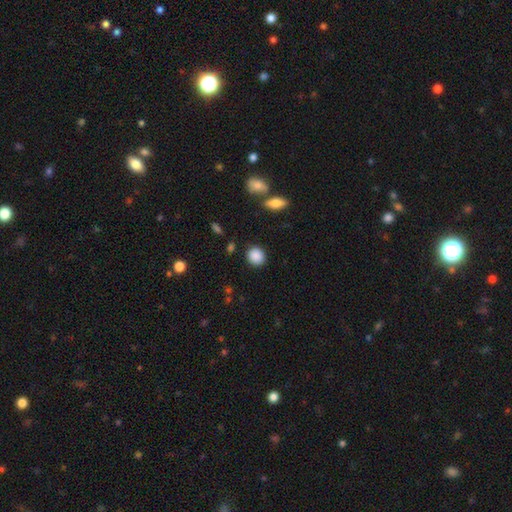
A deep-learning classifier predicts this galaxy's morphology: Smooth or featured? smooth (89%)
How rounded? round (80%)
Merging? none (88%)